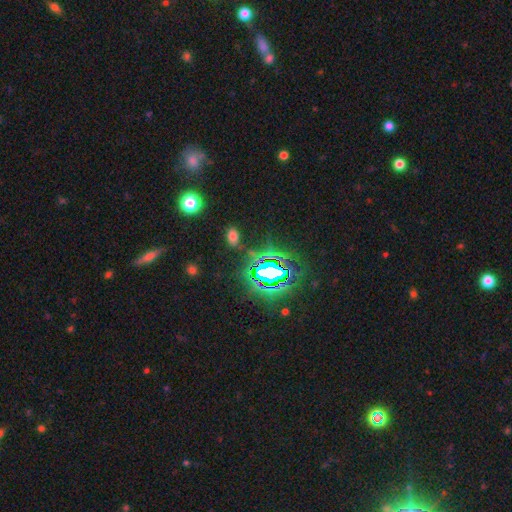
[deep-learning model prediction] star or artifact 80%, smooth 12%, featured or disk 9%.